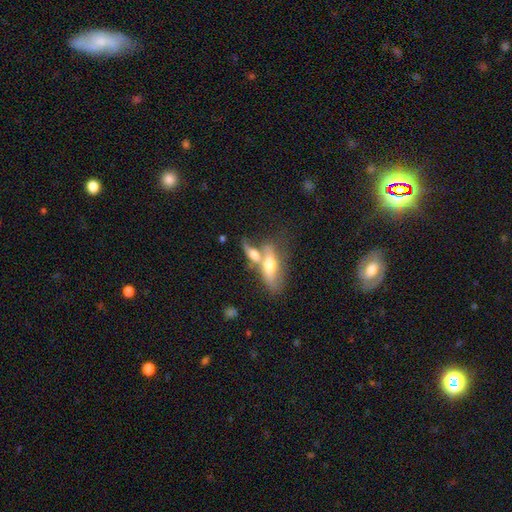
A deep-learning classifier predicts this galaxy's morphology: smooth_or_featured: smooth (p=0.47) [alt: featured or disk p=0.44]
merging: merger (p=0.49) [alt: none p=0.33]